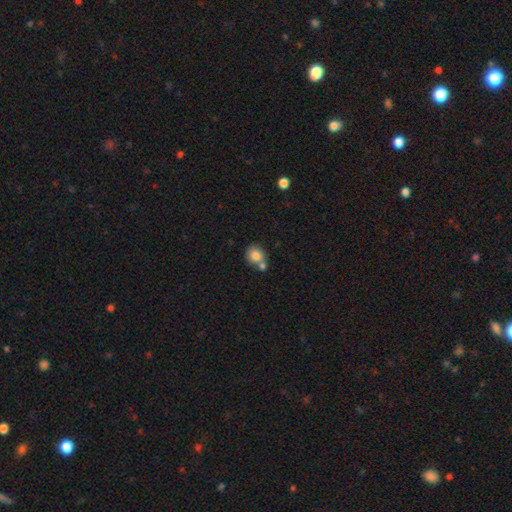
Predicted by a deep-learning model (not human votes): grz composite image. It shows a smooth galaxy with no disk features (82%) that is round (79%). Merging: none (49%).